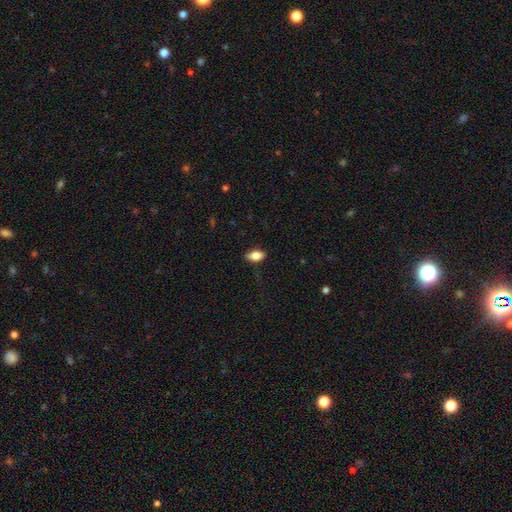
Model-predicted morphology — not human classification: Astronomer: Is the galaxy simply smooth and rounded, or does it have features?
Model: smooth — 79%.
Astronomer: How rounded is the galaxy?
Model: in between — 88%.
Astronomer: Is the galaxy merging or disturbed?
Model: none — 84%.